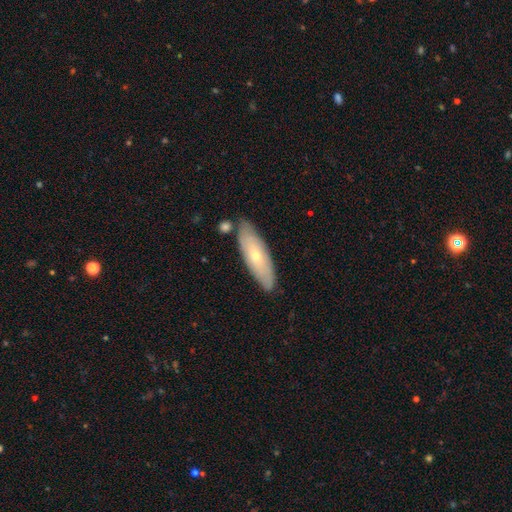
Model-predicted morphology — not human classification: Smooth or featured: smooth — 50% (featured or disk — 44%)
How rounded: in between — 50% (cigar-shaped — 48%)
Merging: none — 80% (minor disturbance — 13%)